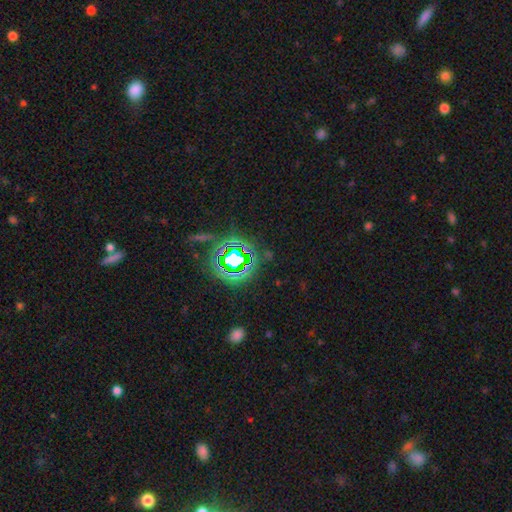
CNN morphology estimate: Smooth or featured?
  - star or artifact: 78% *
  - smooth: 14%
  - featured or disk: 7%